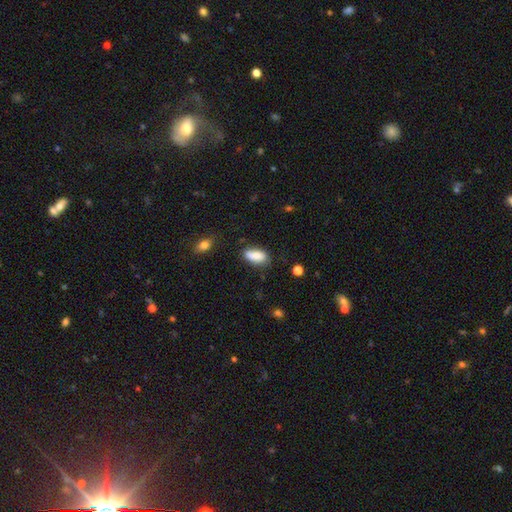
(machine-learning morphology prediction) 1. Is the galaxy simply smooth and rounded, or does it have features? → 81% smooth, 11% featured or disk, 8% star or artifact.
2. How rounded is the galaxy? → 88% in between, 8% cigar-shaped, 4% round.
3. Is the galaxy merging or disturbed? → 65% none, 23% minor disturbance, 7% merger, 5% major disturbance.